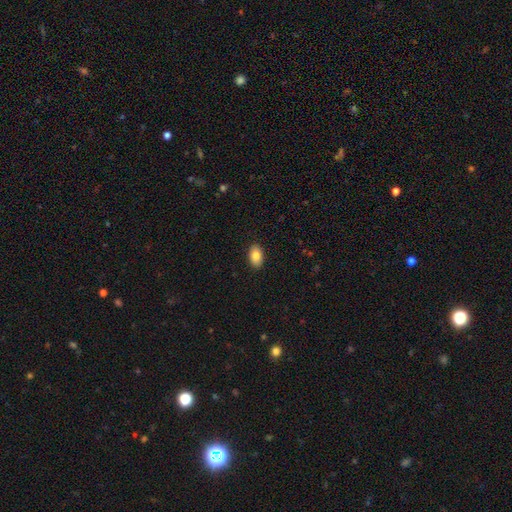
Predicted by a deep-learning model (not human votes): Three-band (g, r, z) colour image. It shows a smooth galaxy with no disk features (86%) that is in between round and cigar-shaped (91%). Merging: none (90%).